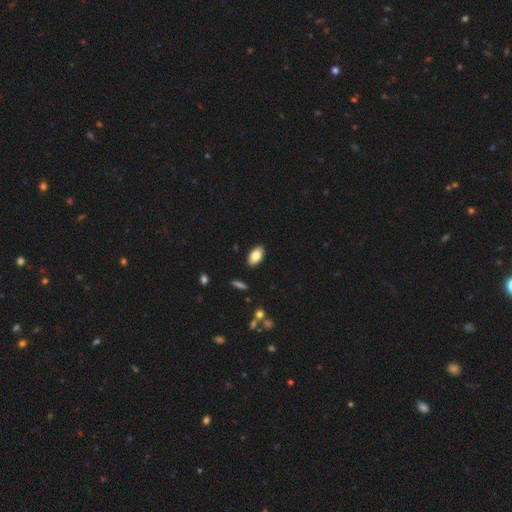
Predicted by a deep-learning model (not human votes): Smooth or featured? smooth (81%)
How rounded? in between (93%)
Merging? none (88%)